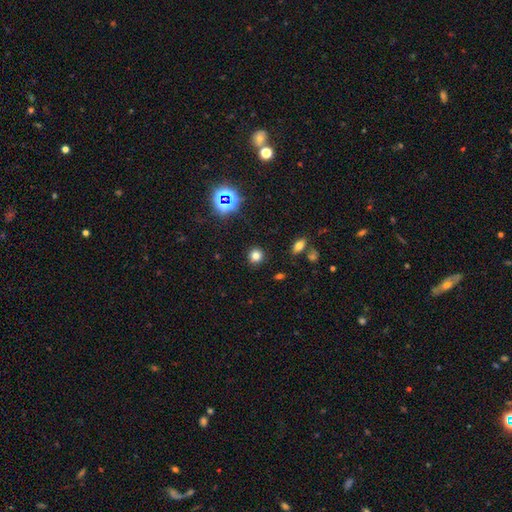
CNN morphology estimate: A smooth galaxy with no disk features (75%) that is round (90%).

Vote fractions:
- Smooth or featured? smooth: 75% / star or artifact: 19% / featured or disk: 6%
- How rounded? round: 90% / in between: 9% / cigar-shaped: 1%
- Merging? none: 89% / minor disturbance: 7% / major disturbance: 3% / merger: 2%